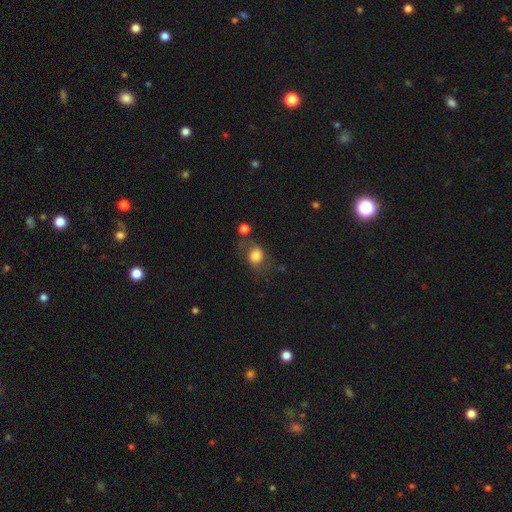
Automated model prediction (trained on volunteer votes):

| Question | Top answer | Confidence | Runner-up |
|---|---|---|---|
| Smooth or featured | smooth | 74% | featured or disk (16%) |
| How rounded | round | 54% | in between (45%) |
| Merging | none | 51% | minor disturbance (23%) |